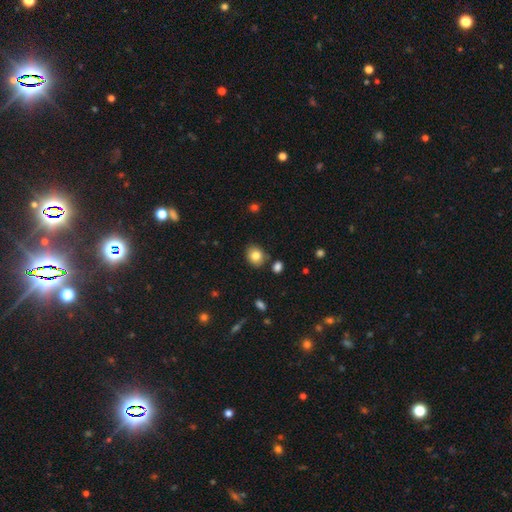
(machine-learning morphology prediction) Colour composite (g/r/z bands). It shows a smooth galaxy with no disk features (82%) that is round (59%). Merging: none (82%).